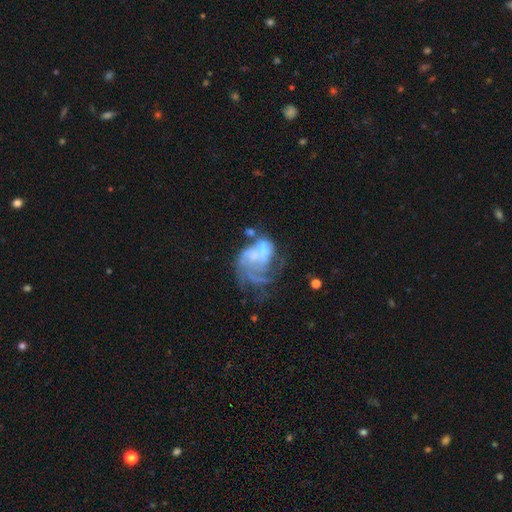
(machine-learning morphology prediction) Smooth or featured? featured or disk (70%)
Edge-on disk? no (98%)
Bar? no (71%)
Spiral arms? yes (60%)
Bulge size? none (45%)
Merging? major disturbance (42%)